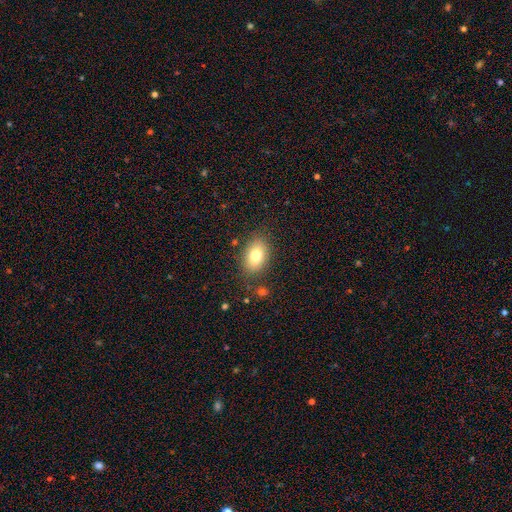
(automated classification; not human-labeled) Smooth or featured?
  - smooth: 78% *
  - featured or disk: 13%
  - star or artifact: 9%
How rounded?
  - in between: 86% *
  - round: 12%
  - cigar-shaped: 2%
Merging?
  - none: 83% *
  - minor disturbance: 11%
  - major disturbance: 3%
  - merger: 2%